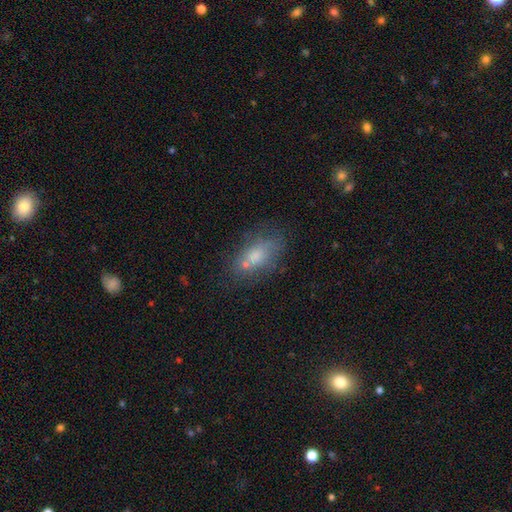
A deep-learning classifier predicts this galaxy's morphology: type=smooth (65%); roundness=in between (81%); merging=none (57%).